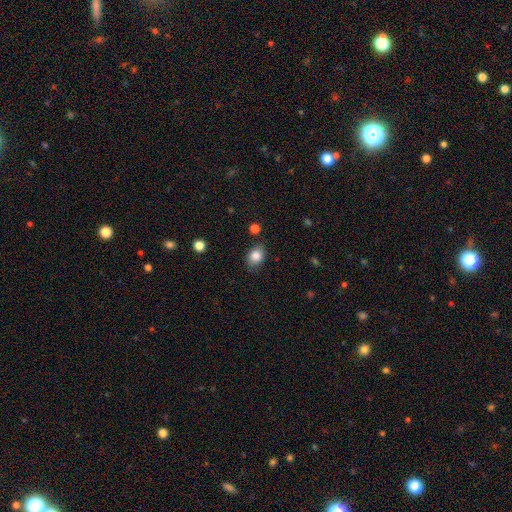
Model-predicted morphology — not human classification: smooth-or-featured: smooth: 84% | star or artifact: 9% | featured or disk: 7%
  how-rounded: in between: 63% | round: 36% | cigar-shaped: 1%
  merging: none: 77% | minor disturbance: 17% | major disturbance: 4% | merger: 2%